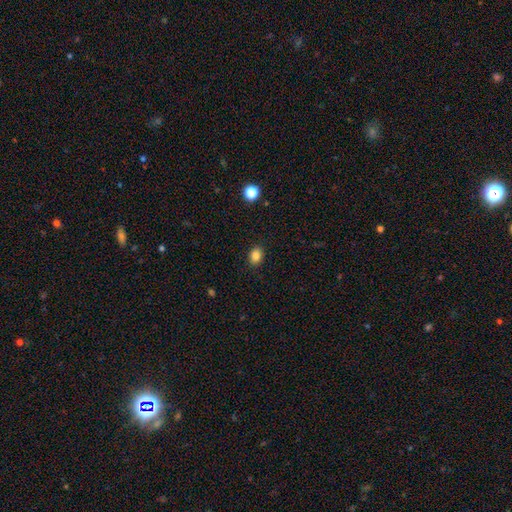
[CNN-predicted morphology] A smooth galaxy with no disk features (85%) that is in between round and cigar-shaped (67%).

Vote fractions:
- Smooth or featured? smooth: 85% / star or artifact: 11% / featured or disk: 5%
- How rounded? in between: 67% / round: 32% / cigar-shaped: 1%
- Merging? none: 89% / minor disturbance: 8% / major disturbance: 2% / merger: 1%